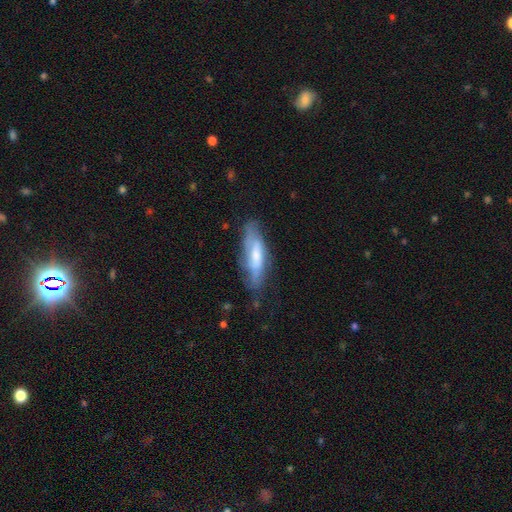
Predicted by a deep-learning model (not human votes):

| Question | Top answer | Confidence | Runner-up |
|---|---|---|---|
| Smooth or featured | featured or disk | 52% | smooth (42%) |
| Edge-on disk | no | 65% | yes (35%) |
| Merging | none | 61% | minor disturbance (26%) |